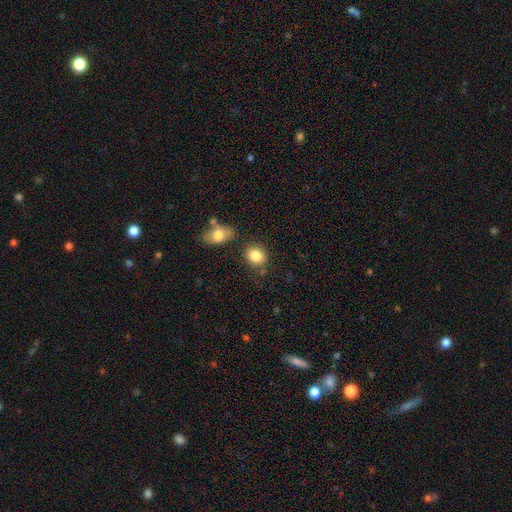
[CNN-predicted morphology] A smooth galaxy with no disk features (84%) that is round (63%).

Vote fractions:
- Smooth or featured? smooth: 84% / star or artifact: 8% / featured or disk: 7%
- How rounded? round: 63% / in between: 36% / cigar-shaped: 1%
- Merging? none: 74% / minor disturbance: 13% / merger: 10% / major disturbance: 4%